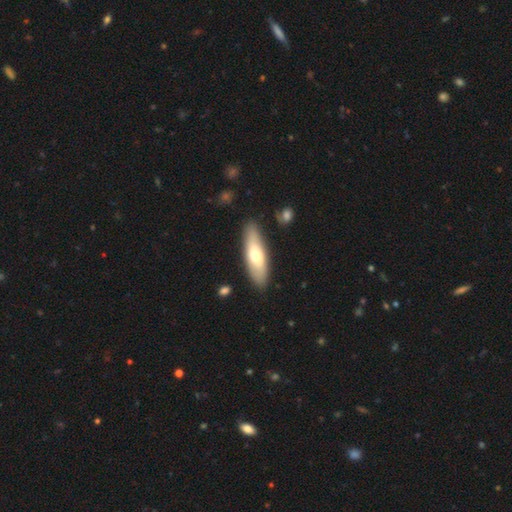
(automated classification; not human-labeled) Overall: smooth (59%; featured or disk 35%). How rounded: in between (53%; cigar-shaped 45%). Merging: none (86%).